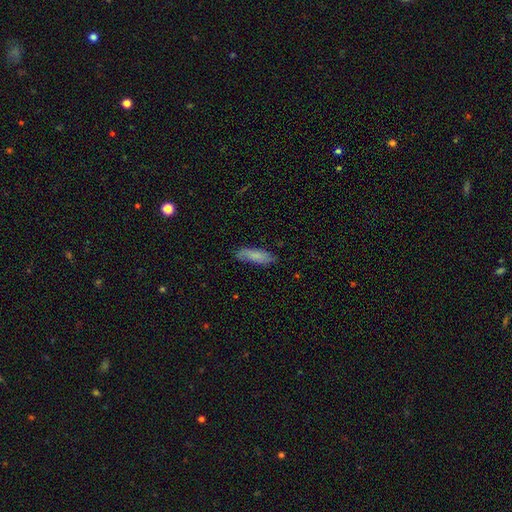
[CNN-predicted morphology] A smooth galaxy with no disk features (75%) that is cigar-shaped (50%). Merging: none (75%).